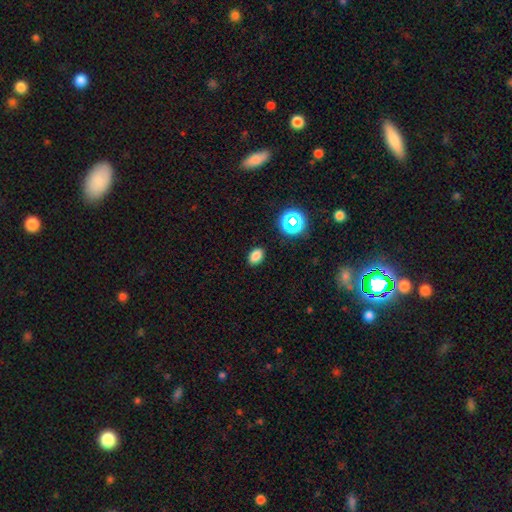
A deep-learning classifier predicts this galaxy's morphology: Smooth or featured? Predicted: smooth (p=0.80). How rounded? Predicted: in between (p=0.81). Merging? Predicted: none (p=0.88).